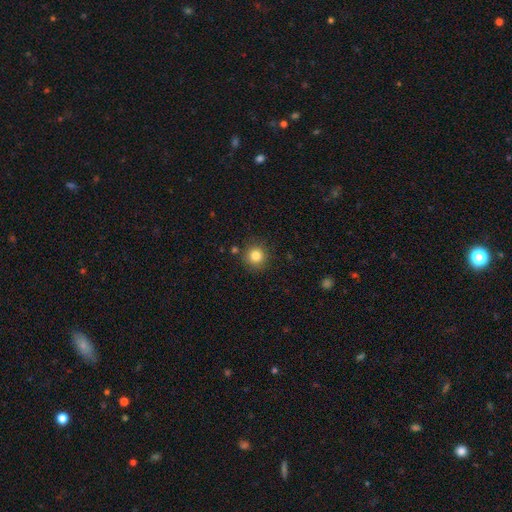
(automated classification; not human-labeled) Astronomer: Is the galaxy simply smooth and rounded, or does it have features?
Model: smooth — 83%.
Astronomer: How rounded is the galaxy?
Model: round — 93%.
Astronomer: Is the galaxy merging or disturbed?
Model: none — 86%.